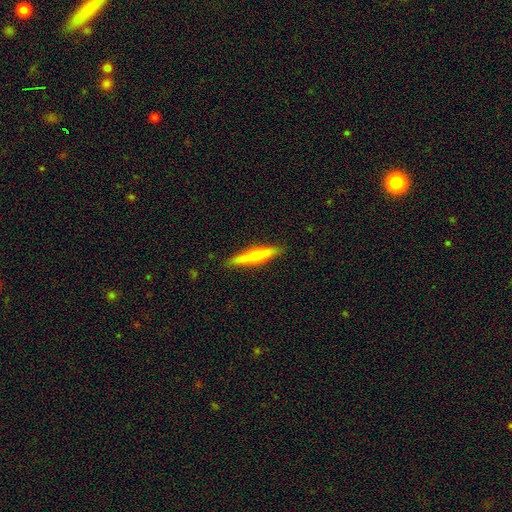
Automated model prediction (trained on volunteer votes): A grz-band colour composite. It shows a smooth galaxy with no disk features (59%) that is cigar-shaped (91%). Merging: none (90%).